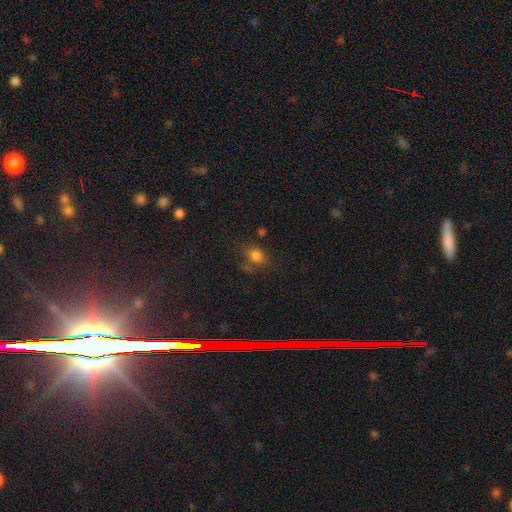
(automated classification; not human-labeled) A smooth galaxy with no disk features (75%) that is round (51%).

Vote fractions:
- Smooth or featured? smooth: 75% / star or artifact: 18% / featured or disk: 8%
- How rounded? round: 51% / in between: 48% / cigar-shaped: 2%
- Merging? none: 59% / minor disturbance: 22% / major disturbance: 12% / merger: 8%